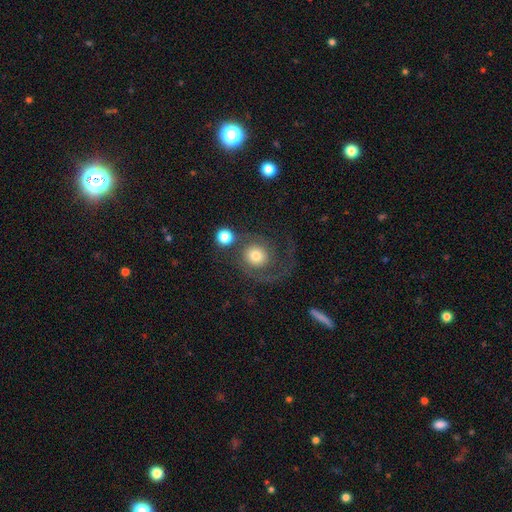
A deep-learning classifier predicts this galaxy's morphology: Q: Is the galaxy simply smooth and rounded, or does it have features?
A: featured or disk — 51%.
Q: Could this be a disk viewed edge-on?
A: no — 97%.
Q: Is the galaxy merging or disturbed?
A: none — 41%.